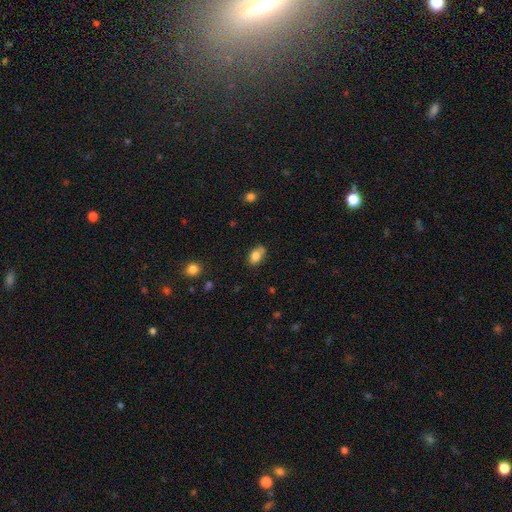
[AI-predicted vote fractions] smooth 80%, featured or disk 11%, star or artifact 9%. Down the decision tree: how rounded — in between (85%); merging — none (62%).